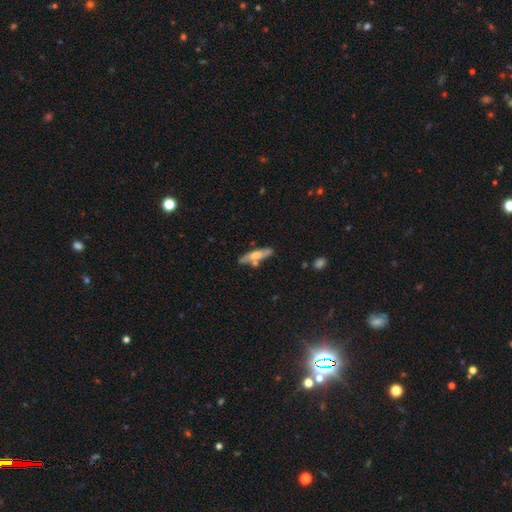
Overall: smooth (67%; featured or disk 33%). How rounded: cigar-shaped (69%; in between 31%). Merging: none (82%).